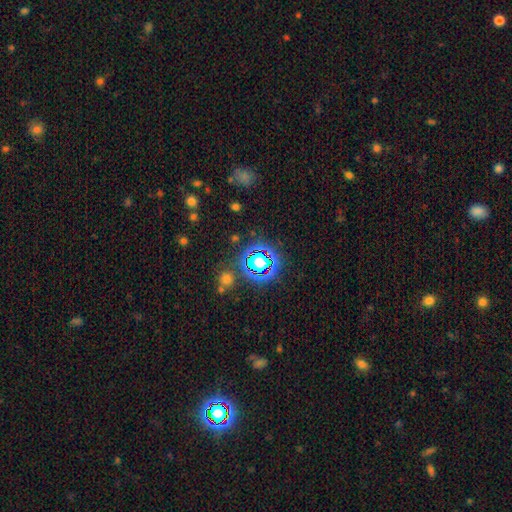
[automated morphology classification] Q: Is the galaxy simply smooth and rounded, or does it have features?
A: star or artifact — 62%.